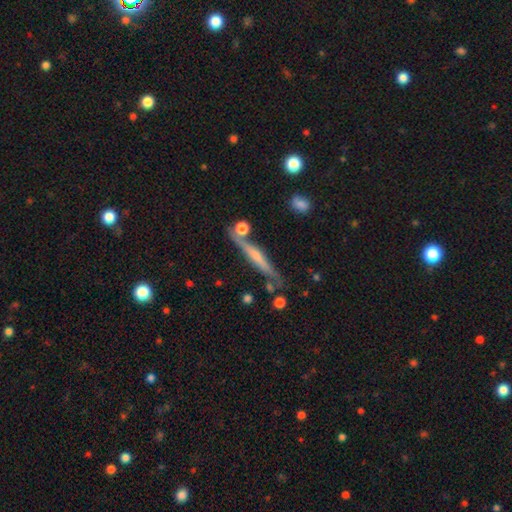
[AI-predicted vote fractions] This appears to be a featured or disk galaxy (59%) viewed edge-on (95%) with no central bulge (42%, tied with rounded). Merging: none (76%).